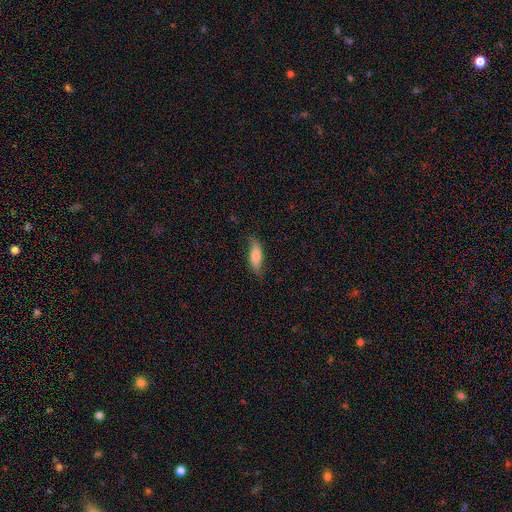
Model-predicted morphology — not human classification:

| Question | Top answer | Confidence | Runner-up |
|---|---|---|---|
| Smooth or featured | smooth | 68% | featured or disk (26%) |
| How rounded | in between | 54% | cigar-shaped (44%) |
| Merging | none | 69% | minor disturbance (24%) |